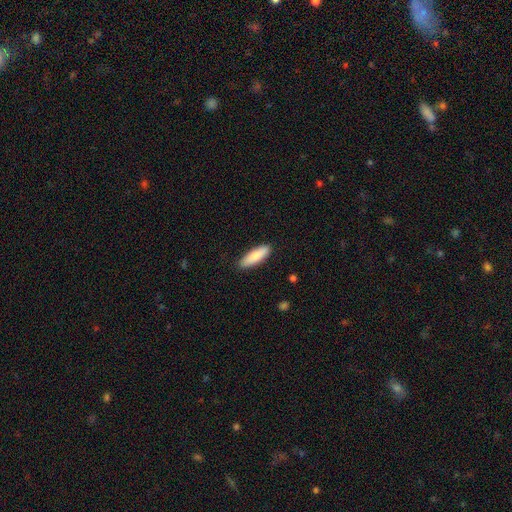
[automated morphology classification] smooth_or_featured: smooth (p=0.82) [alt: featured or disk p=0.13]
how_rounded: in between (p=0.51) [alt: cigar-shaped p=0.47]
merging: none (p=0.88) [alt: minor disturbance p=0.09]